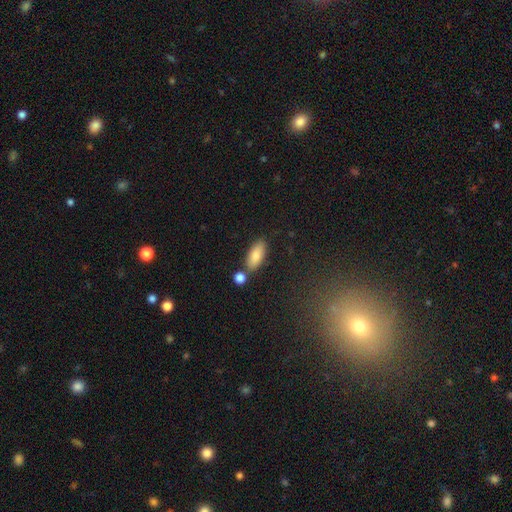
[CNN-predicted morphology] This is clearly a smooth galaxy (82%). How rounded: clearly in between (81%). Merging: likely none (73%).